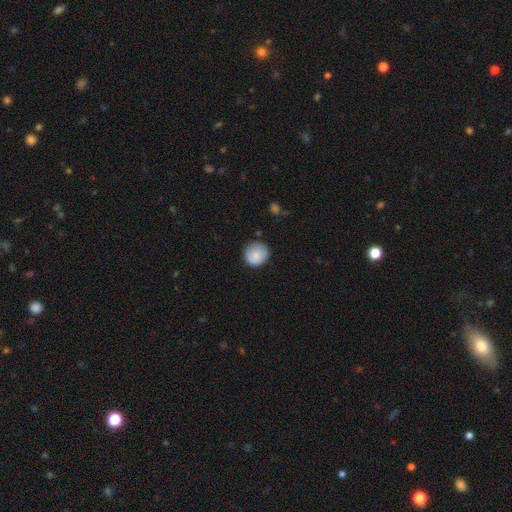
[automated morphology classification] smooth-or-featured: smooth: 83% | featured or disk: 10% | star or artifact: 7%
  how-rounded: round: 91% | in between: 8% | cigar-shaped: 1%
  merging: none: 81% | minor disturbance: 14% | major disturbance: 3% | merger: 1%